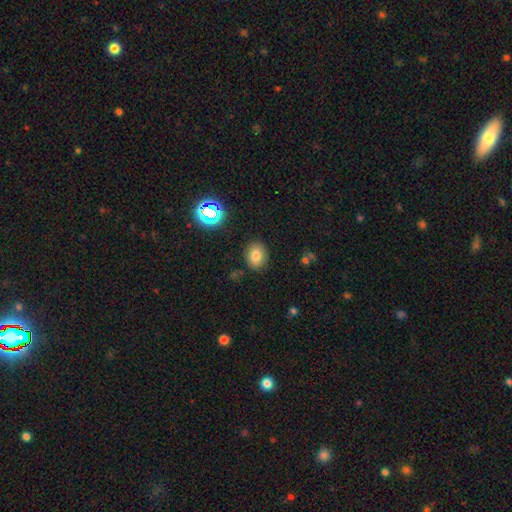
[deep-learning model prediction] Morphology: type=smooth (77%); roundness=round (51%); merging=none (85%).